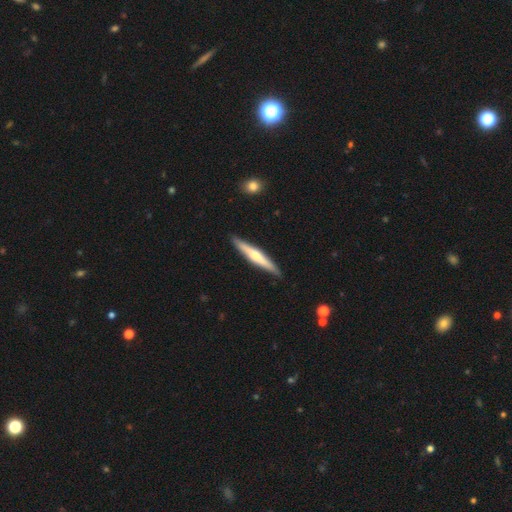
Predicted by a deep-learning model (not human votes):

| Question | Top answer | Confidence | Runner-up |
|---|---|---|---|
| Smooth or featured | featured or disk | 55% | smooth (40%) |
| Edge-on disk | yes | 96% | no (4%) |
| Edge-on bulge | rounded | 75% | none (17%) |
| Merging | none | 90% | minor disturbance (7%) |